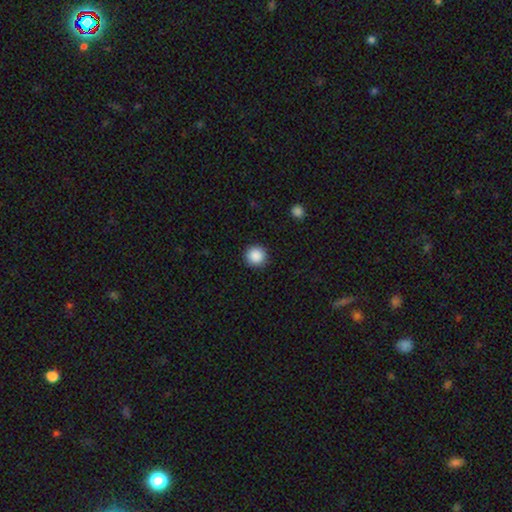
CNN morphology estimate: Smooth or featured?
  - smooth: 88% *
  - star or artifact: 9%
  - featured or disk: 3%
How rounded?
  - round: 95% *
  - in between: 4%
  - cigar-shaped: 1%
Merging?
  - none: 92% *
  - minor disturbance: 5%
  - major disturbance: 2%
  - merger: 1%